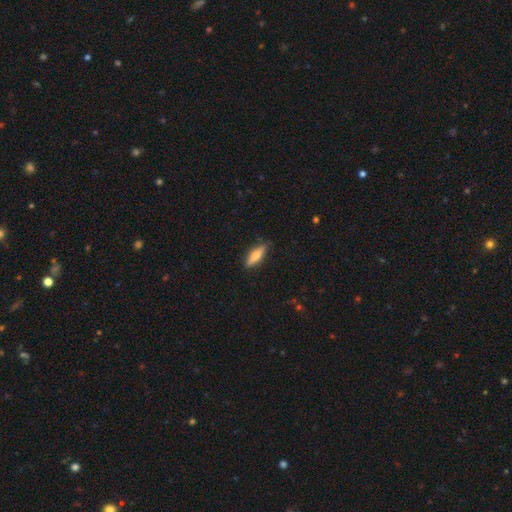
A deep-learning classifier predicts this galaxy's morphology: smooth-or-featured: smooth: 62% | featured or disk: 31% | star or artifact: 6%
  how-rounded: cigar-shaped: 61% | in between: 37% | round: 2%
  merging: none: 82% | minor disturbance: 14% | major disturbance: 3% | merger: 1%